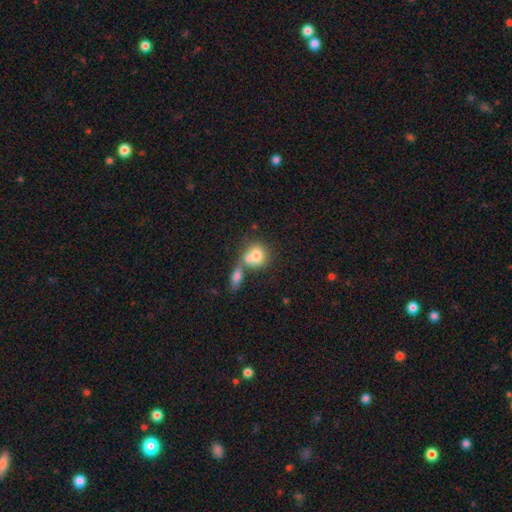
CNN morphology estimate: Smooth or featured?
  - smooth: 75% *
  - featured or disk: 17%
  - star or artifact: 8%
How rounded?
  - round: 67% *
  - in between: 31%
  - cigar-shaped: 2%
Merging?
  - merger: 58% *
  - none: 29%
  - minor disturbance: 9%
  - major disturbance: 4%